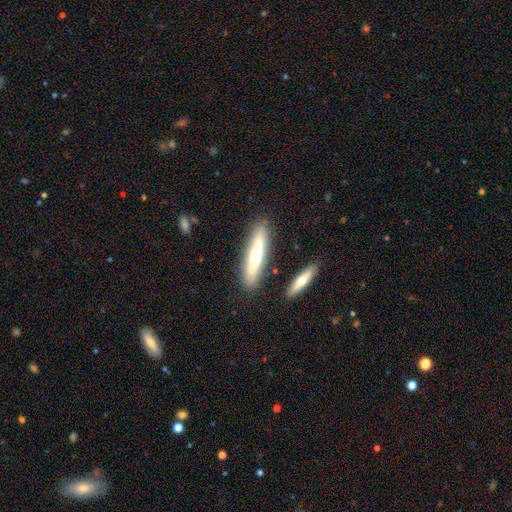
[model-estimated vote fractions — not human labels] smooth-or-featured: smooth: 48% | featured or disk: 45% | star or artifact: 6%
  merging: none: 82% | minor disturbance: 10% | merger: 5% | major disturbance: 2%